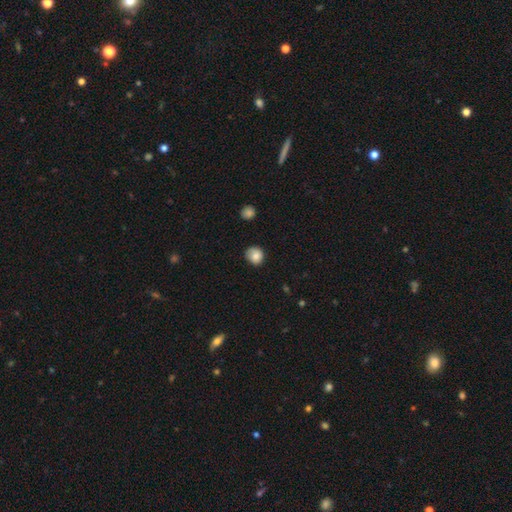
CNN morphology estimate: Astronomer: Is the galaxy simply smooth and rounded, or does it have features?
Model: smooth — 84%.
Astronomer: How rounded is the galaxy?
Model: round — 84%.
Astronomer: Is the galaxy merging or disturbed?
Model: none — 76%.